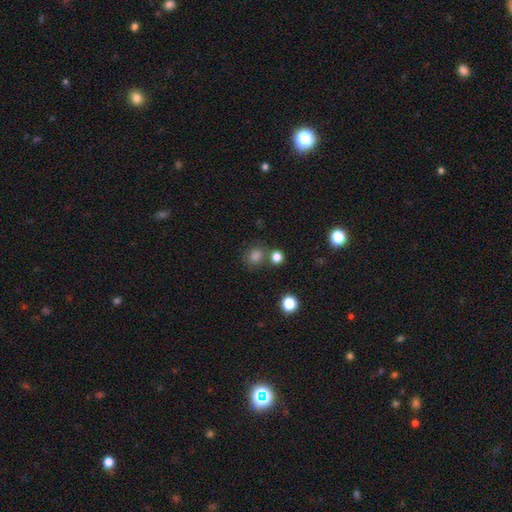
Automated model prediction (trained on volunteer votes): A smooth galaxy with no disk features (78%) that is round (80%).

Vote fractions:
- Smooth or featured? smooth: 78% / star or artifact: 17% / featured or disk: 5%
- How rounded? round: 80% / in between: 19% / cigar-shaped: 1%
- Merging? none: 70% / merger: 14% / minor disturbance: 11% / major disturbance: 5%